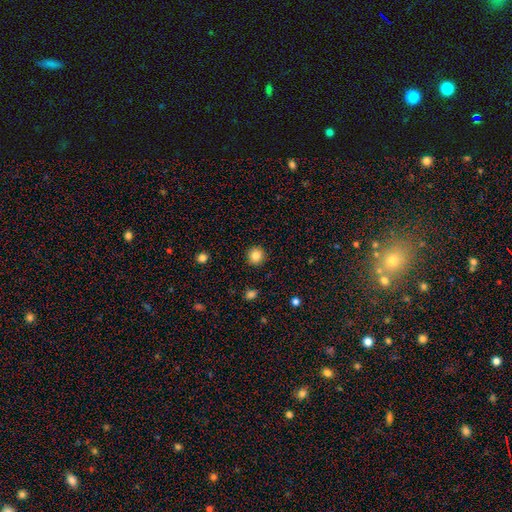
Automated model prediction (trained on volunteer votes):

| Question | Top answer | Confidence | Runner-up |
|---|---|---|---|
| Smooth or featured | smooth | 84% | star or artifact (10%) |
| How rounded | round | 93% | in between (6%) |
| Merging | none | 92% | minor disturbance (5%) |